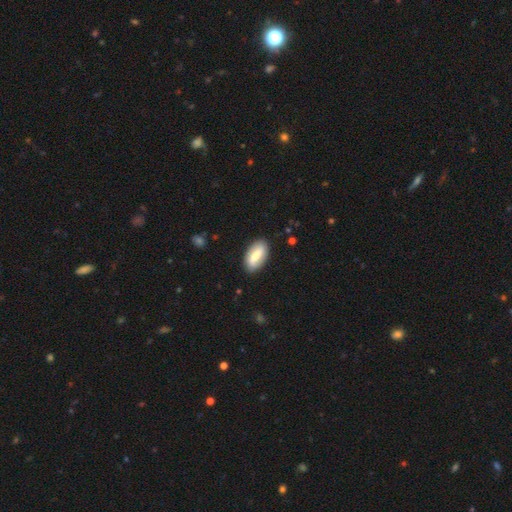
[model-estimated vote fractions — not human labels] smooth-or-featured: smooth: 54% | featured or disk: 41% | star or artifact: 6%
  how-rounded: in between: 91% | cigar-shaped: 6% | round: 3%
  merging: none: 86% | minor disturbance: 10% | major disturbance: 3% | merger: 1%